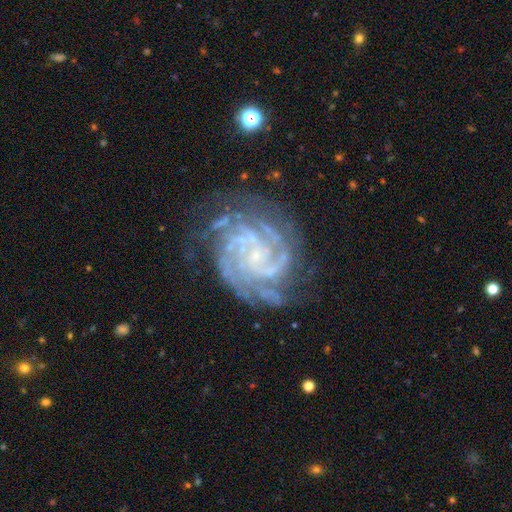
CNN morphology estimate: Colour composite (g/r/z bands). It shows a featured or disk galaxy (91%) with no bar (67%), 4 (26%) tight (73%) spiral arms (98%) and a small central bulge (78%). Merging: none (70%).